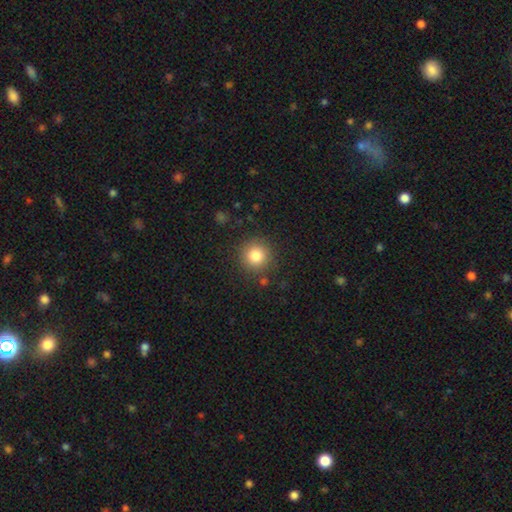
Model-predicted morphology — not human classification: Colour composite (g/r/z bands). It shows a smooth galaxy with no disk features (82%) that is round (94%). Merging: none (87%).